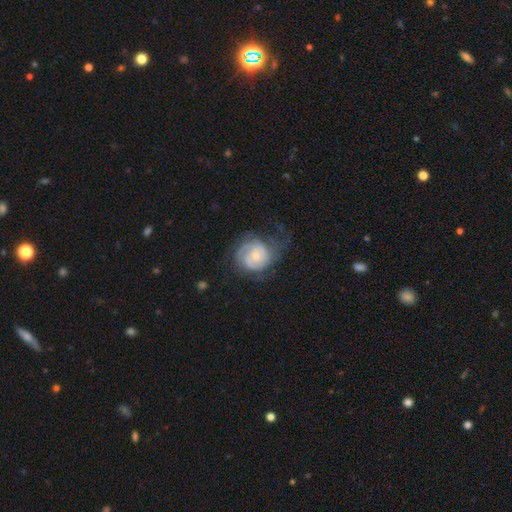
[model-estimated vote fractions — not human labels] Smooth or featured? featured or disk (67%)
Edge-on disk? no (98%)
Bar? no (73%)
Spiral arms? yes (88%)
Spiral winding? tight (56%)
Spiral arm count? can't tell (33%, tied with 2)
Bulge size? small (58%)
Merging? none (50%)